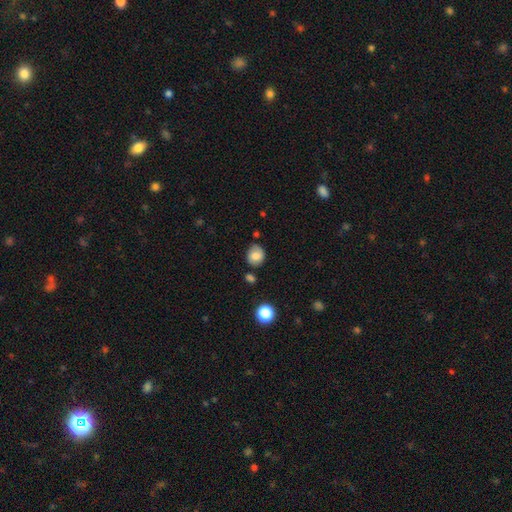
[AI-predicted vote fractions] smooth 75%, featured or disk 15%, star or artifact 10%. Down the decision tree: how rounded — round (70%); merging — none (74%).